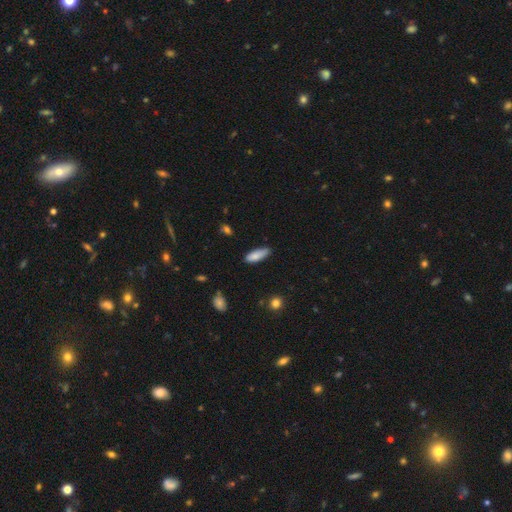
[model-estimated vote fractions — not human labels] Q: Smooth or featured?
A: smooth (84%); runner-up: featured or disk (10%)
Q: How rounded?
A: in between (64%); runner-up: cigar-shaped (35%)
Q: Merging?
A: none (75%); runner-up: minor disturbance (21%)